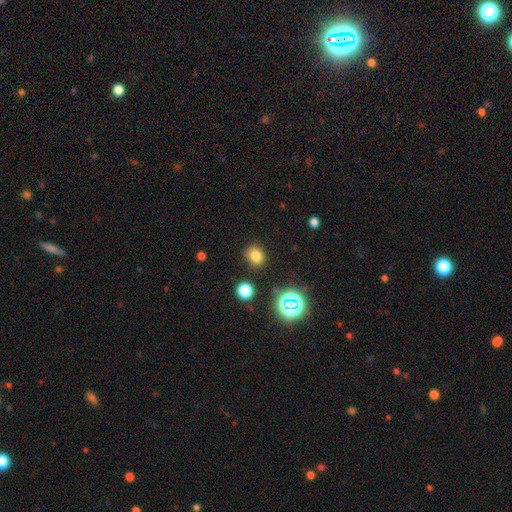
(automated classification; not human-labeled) Smooth or featured? smooth (75%)
How rounded? round (70%)
Merging? none (86%)